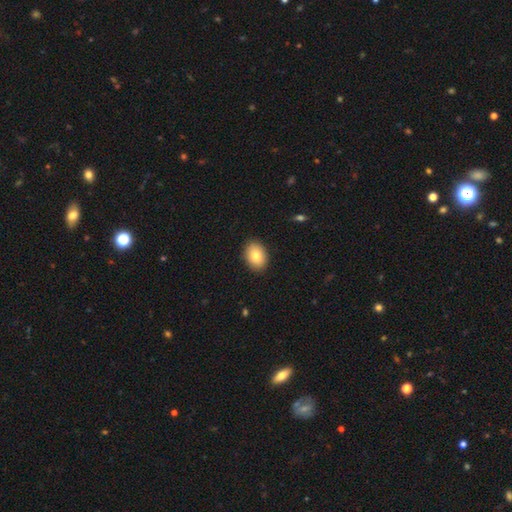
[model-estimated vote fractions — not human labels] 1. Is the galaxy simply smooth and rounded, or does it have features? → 82% smooth, 10% featured or disk, 7% star or artifact.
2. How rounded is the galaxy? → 75% in between, 24% round, 1% cigar-shaped.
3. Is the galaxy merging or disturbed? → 89% none, 8% minor disturbance, 2% major disturbance, 1% merger.